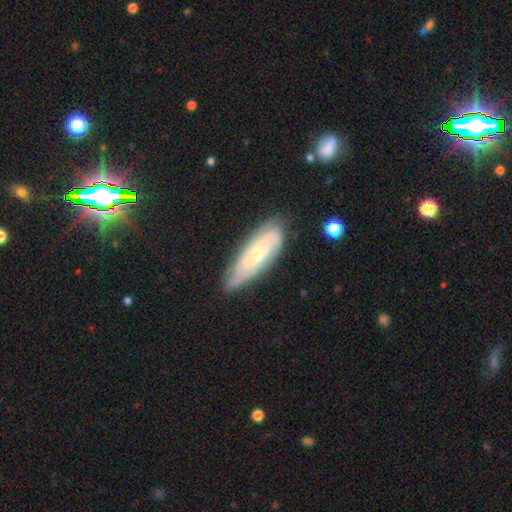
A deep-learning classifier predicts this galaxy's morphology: A featured or disk galaxy (63%). Merging: none (76%).